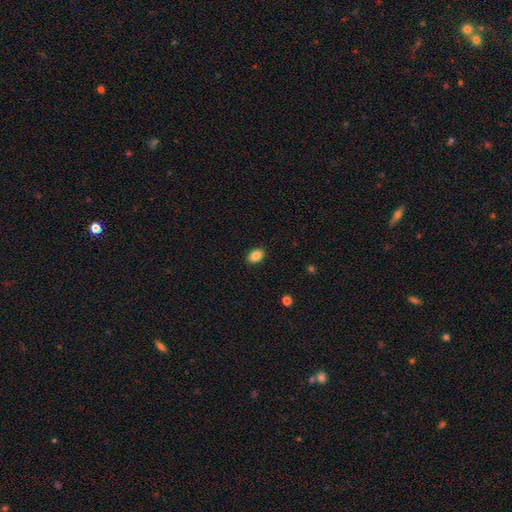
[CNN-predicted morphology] A smooth galaxy with no disk features (86%) that is in between round and cigar-shaped (84%).

Vote fractions:
- Smooth or featured? smooth: 86% / star or artifact: 8% / featured or disk: 6%
- How rounded? in between: 84% / round: 15% / cigar-shaped: 1%
- Merging? none: 90% / minor disturbance: 8% / major disturbance: 2% / merger: 1%